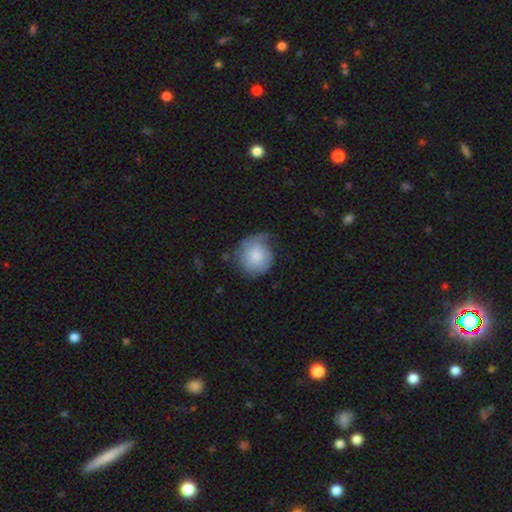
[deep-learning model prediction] Morphology: type=smooth (69%); roundness=round (88%); merging=none (44%).